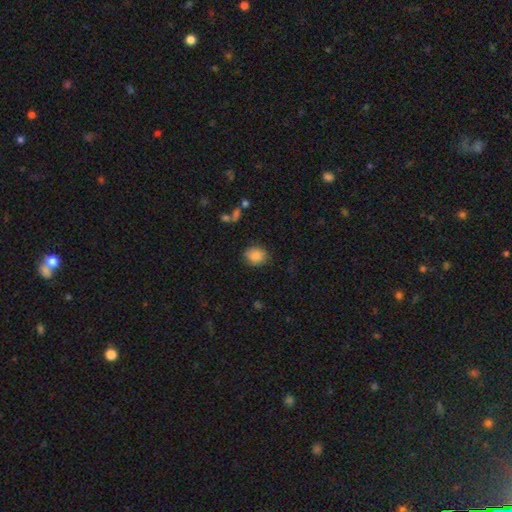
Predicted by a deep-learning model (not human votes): The model was most divided on "how rounded": round: 68%, in between: 31%, cigar-shaped: 1%. More confident: smooth or featured — smooth (85%); merging — none (82%).